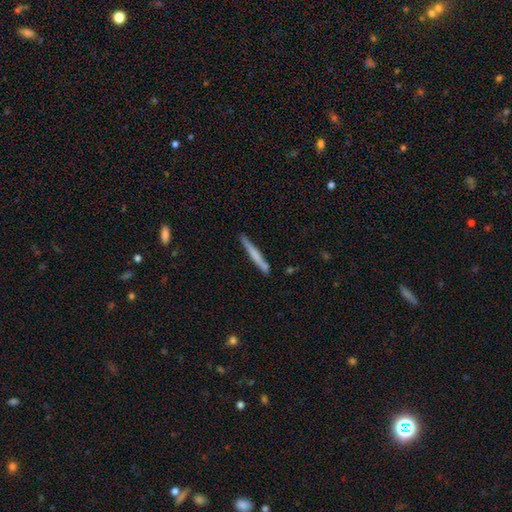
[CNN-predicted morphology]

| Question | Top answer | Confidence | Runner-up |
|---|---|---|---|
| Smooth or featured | smooth | 58% | featured or disk (37%) |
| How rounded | cigar-shaped | 97% | in between (2%) |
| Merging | none | 86% | minor disturbance (10%) |